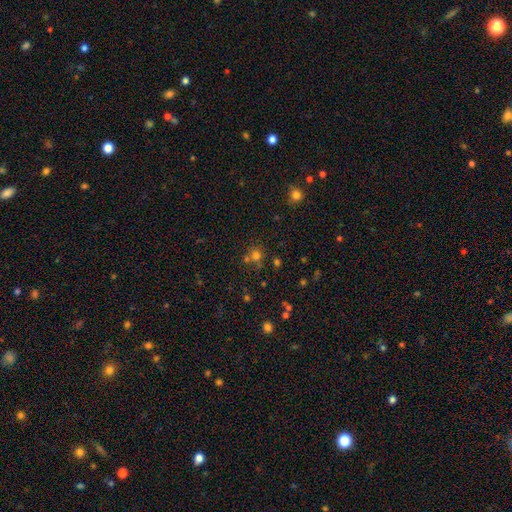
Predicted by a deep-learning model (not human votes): Morphology: type=smooth (68%); roundness=round (88%); merging=none (60%).